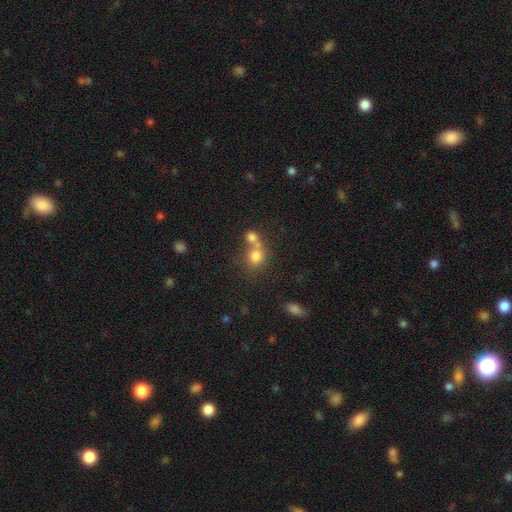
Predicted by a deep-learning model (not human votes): smooth-or-featured: smooth: 75% | featured or disk: 13% | star or artifact: 12%
  how-rounded: round: 72% | in between: 27% | cigar-shaped: 1%
  merging: merger: 55% | none: 33% | minor disturbance: 7% | major disturbance: 4%